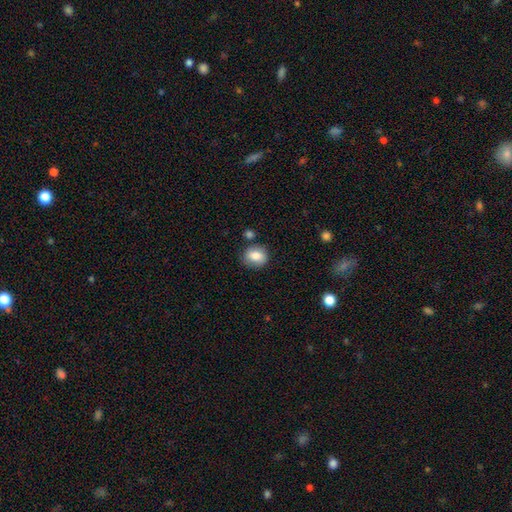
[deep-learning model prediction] smooth 80%, featured or disk 12%, star or artifact 9%. Down the decision tree: how rounded — round (65%); merging — none (76%).